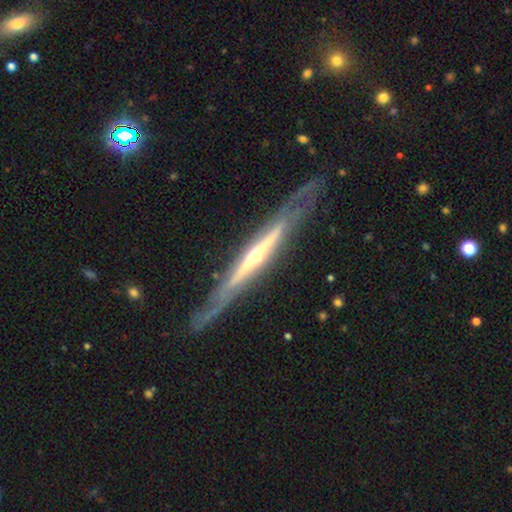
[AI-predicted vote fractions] Smooth or featured? featured or disk (84%)
Edge-on disk? yes (86%)
Edge-on bulge? rounded (67%)
Merging? none (74%)